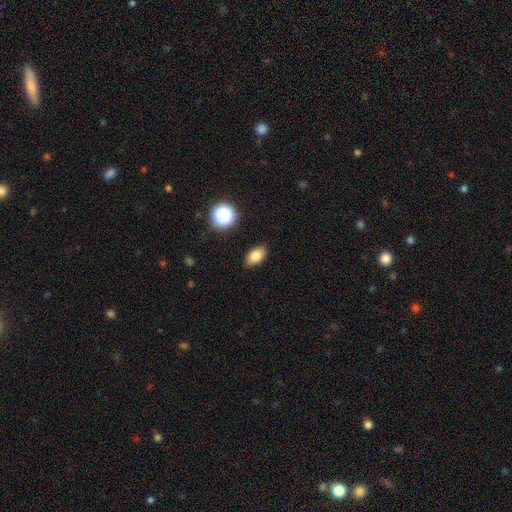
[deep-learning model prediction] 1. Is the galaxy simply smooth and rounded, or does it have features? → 81% smooth, 10% star or artifact, 9% featured or disk.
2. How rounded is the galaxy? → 89% in between, 9% round, 2% cigar-shaped.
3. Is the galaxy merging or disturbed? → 88% none, 9% minor disturbance, 2% major disturbance, 1% merger.